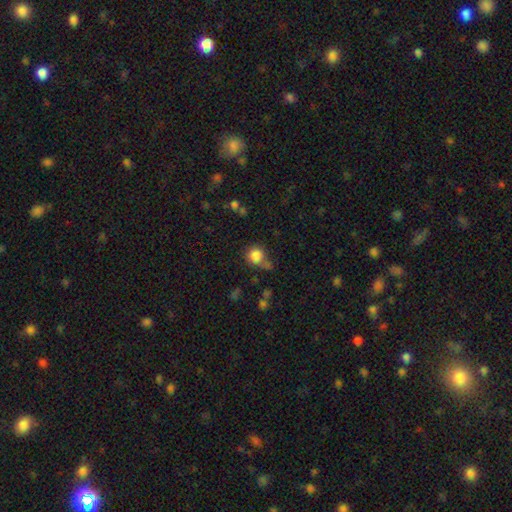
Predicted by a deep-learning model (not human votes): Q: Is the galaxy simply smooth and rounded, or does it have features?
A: smooth — 84%.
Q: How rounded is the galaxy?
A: round — 88%.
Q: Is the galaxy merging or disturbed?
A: none — 59%.